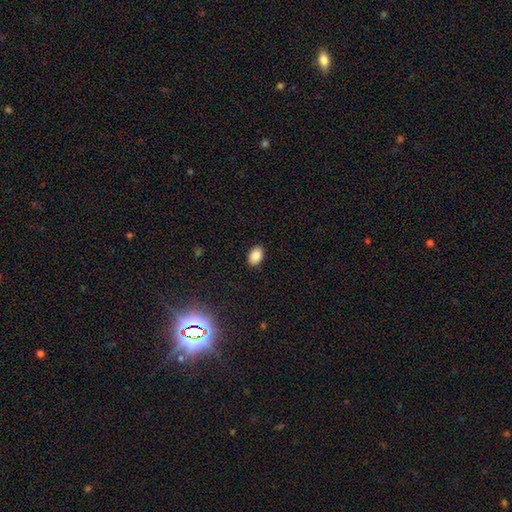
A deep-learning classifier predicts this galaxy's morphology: Overall: smooth (87%). How rounded: in between (87%). Merging: none (89%).